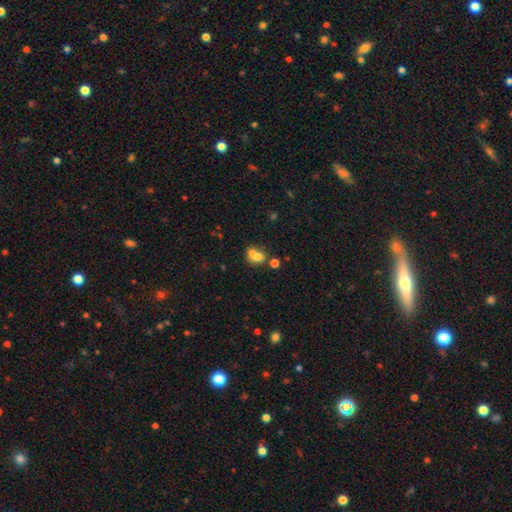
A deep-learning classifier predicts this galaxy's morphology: smooth_or_featured: smooth (p=0.71) [alt: featured or disk p=0.17]
how_rounded: in between (p=0.53) [alt: round p=0.45]
merging: merger (p=0.59) [alt: none p=0.27]